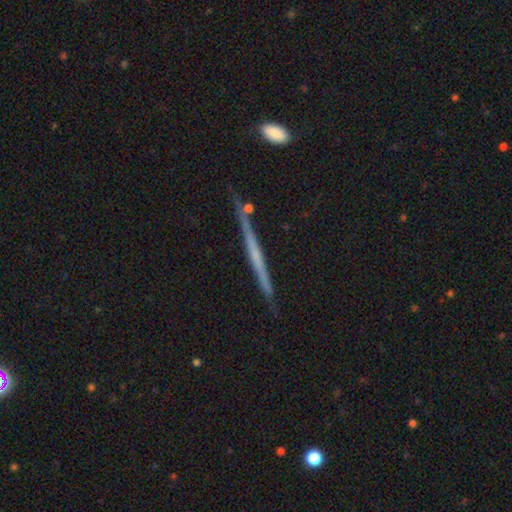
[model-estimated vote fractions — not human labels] Smooth or featured? Predicted: featured or disk (p=0.64). Edge-on disk? Predicted: yes (p=0.97). Edge-on bulge? Predicted: none (p=0.78). Merging? Predicted: none (p=0.84).